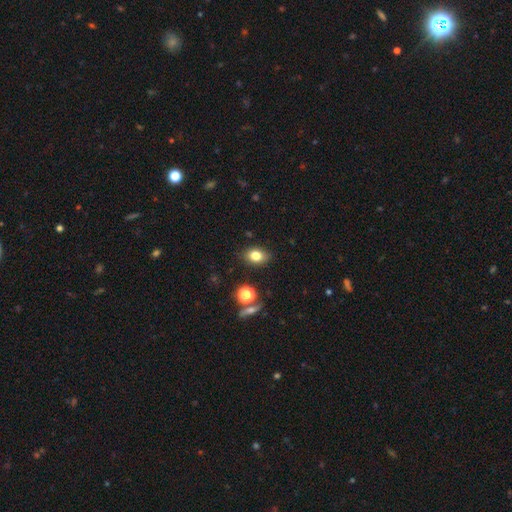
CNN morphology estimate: The model was most divided on "how rounded": in between: 72%, round: 27%, cigar-shaped: 1%. More confident: merging — none (84%); smooth or featured — smooth (78%).